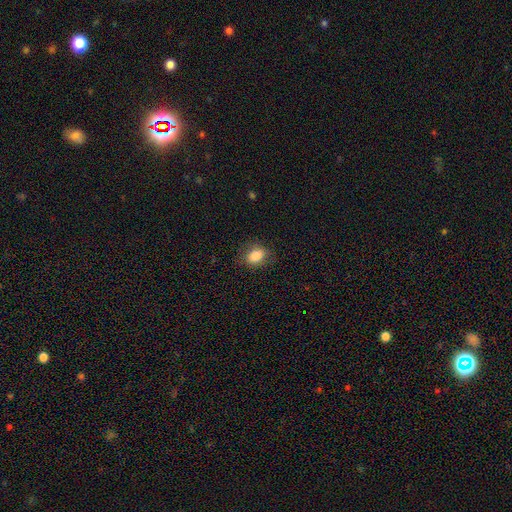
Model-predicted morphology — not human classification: This appears to be a smooth galaxy with no disk features (84%) that is in between round and cigar-shaped (71%). Merging: none (81%).